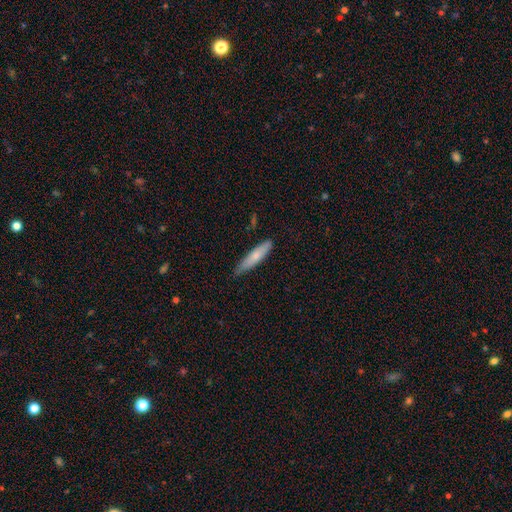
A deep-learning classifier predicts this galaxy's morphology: This appears to be a smooth galaxy with no disk features (69%) that is cigar-shaped (82%). Merging: none (73%).